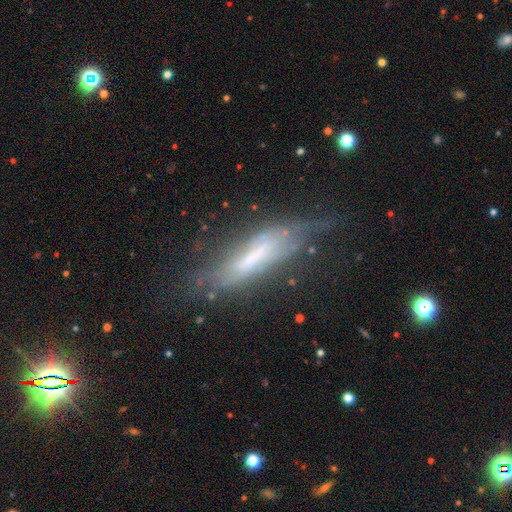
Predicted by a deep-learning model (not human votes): Smooth or featured? Predicted: featured or disk (p=0.60). Edge-on disk? Predicted: yes (p=0.62). Merging? Predicted: none (p=0.49).